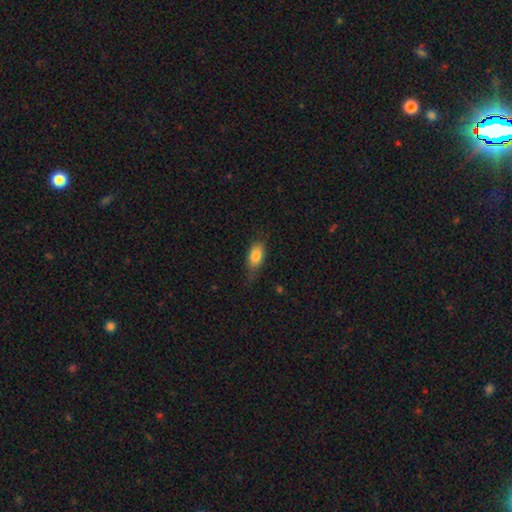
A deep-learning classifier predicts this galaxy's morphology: Smooth or featured? Predicted: smooth (p=0.82). How rounded? Predicted: in between (p=0.87). Merging? Predicted: none (p=0.66).